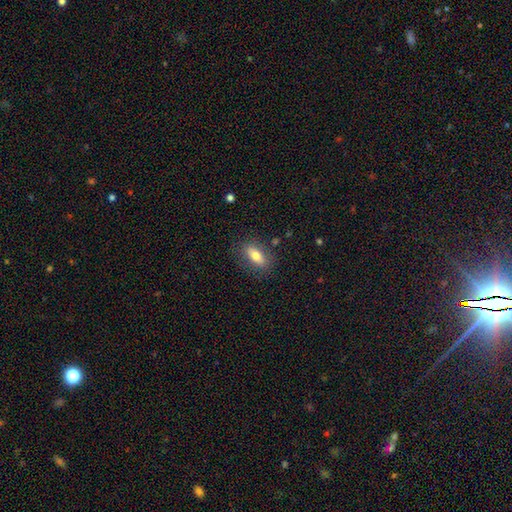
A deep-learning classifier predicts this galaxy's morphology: The model was most divided on "smooth or featured": smooth: 71%, featured or disk: 22%, star or artifact: 7%. More confident: merging — none (82%); how rounded — in between (79%).